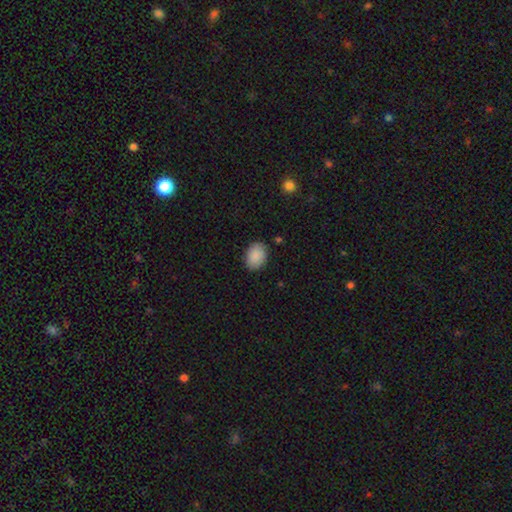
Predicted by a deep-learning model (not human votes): smooth_or_featured: smooth (p=0.90) [alt: star or artifact p=0.07]
how_rounded: in between (p=0.75) [alt: round p=0.24]
merging: none (p=0.84) [alt: minor disturbance p=0.12]